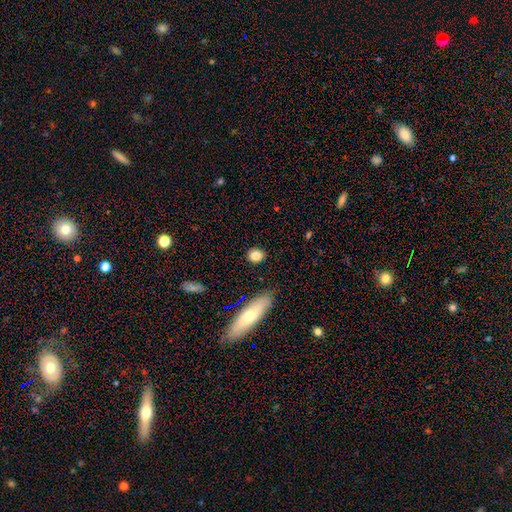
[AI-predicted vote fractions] This appears to be a smooth galaxy with no disk features (84%) that is round (62%). Merging: none (85%).